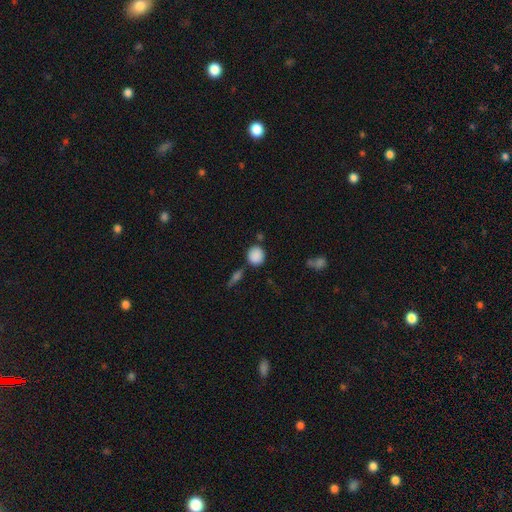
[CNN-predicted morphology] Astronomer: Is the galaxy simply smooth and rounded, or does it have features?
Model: smooth — 86%.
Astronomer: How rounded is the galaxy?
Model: round — 82%.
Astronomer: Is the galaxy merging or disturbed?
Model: none — 74%.